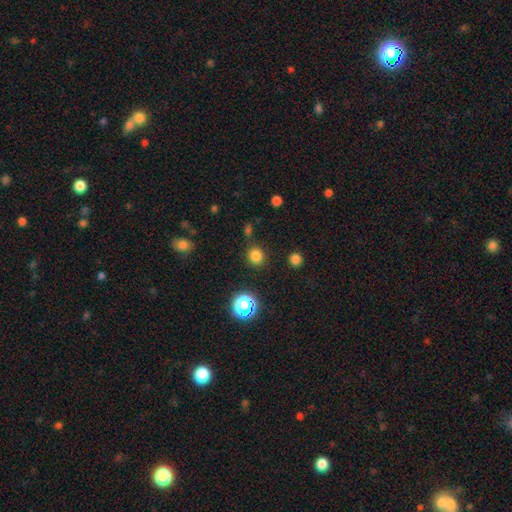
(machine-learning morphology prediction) Overall: smooth (79%). How rounded: round (86%). Merging: none (84%).